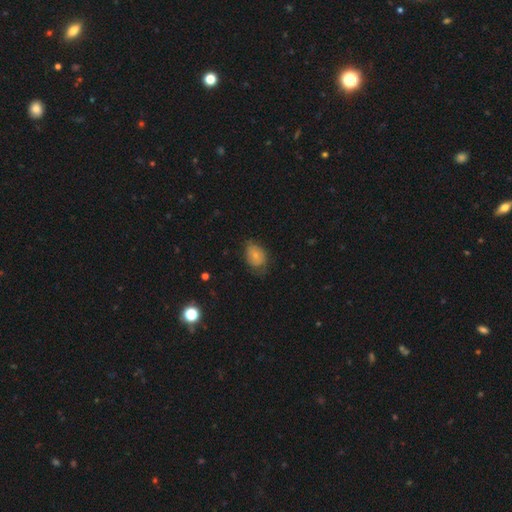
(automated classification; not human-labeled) Smooth or featured? smooth (74%)
How rounded? in between (74%)
Merging? none (54%)